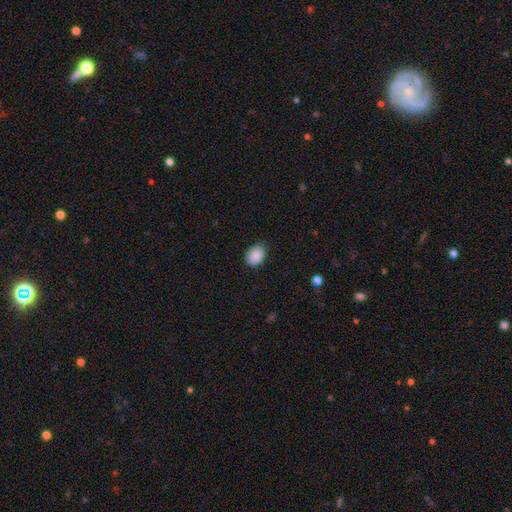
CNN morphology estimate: Smooth or featured: smooth — 88% (star or artifact — 8%)
How rounded: in between — 68% (round — 31%)
Merging: none — 80% (minor disturbance — 16%)